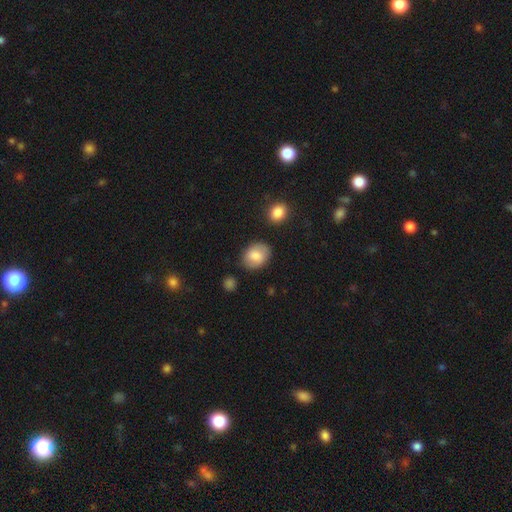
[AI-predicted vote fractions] The model was most divided on "how rounded": in between: 61%, round: 38%, cigar-shaped: 1%. More confident: merging — none (79%); smooth or featured — smooth (78%).